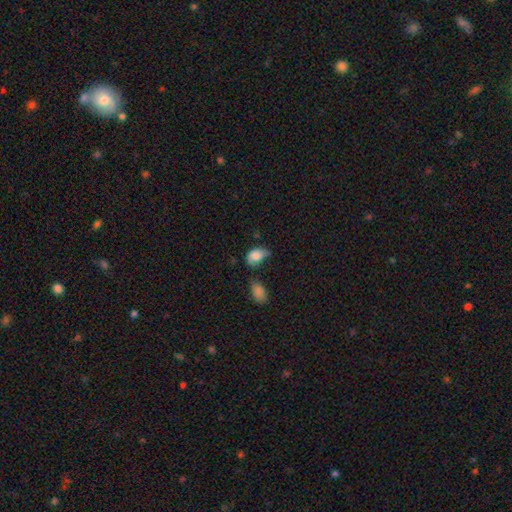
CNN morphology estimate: Smooth or featured? Predicted: smooth (p=0.77). How rounded? Predicted: in between (p=0.82). Merging? Predicted: minor disturbance (p=0.38).